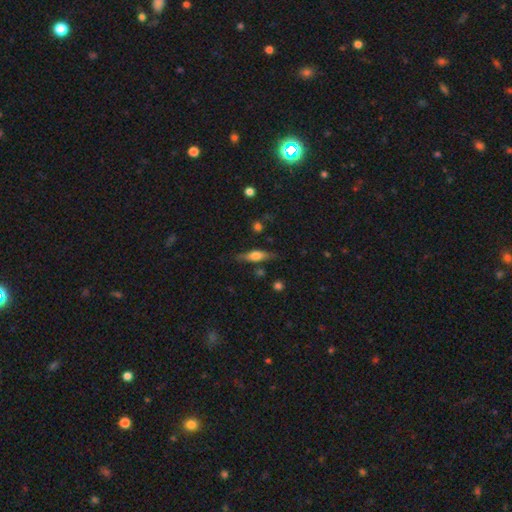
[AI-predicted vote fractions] Morphology: type=featured or disk (49%); merging=none (80%).